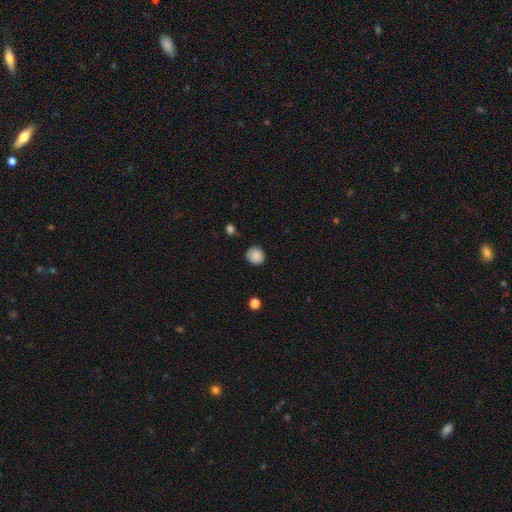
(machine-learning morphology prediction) smooth-or-featured: smooth: 85% | star or artifact: 9% | featured or disk: 6%
  how-rounded: round: 85% | in between: 14% | cigar-shaped: 1%
  merging: none: 79% | minor disturbance: 17% | major disturbance: 3% | merger: 2%